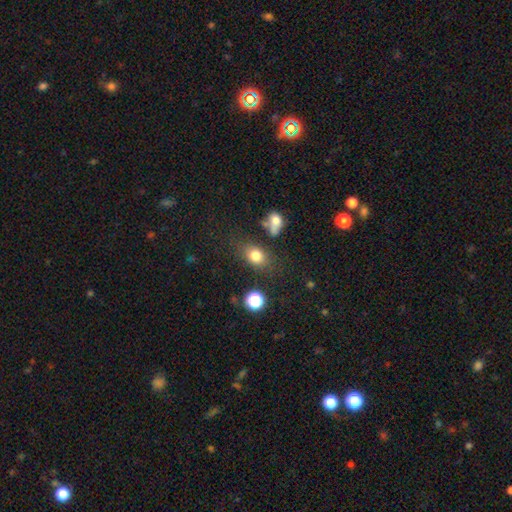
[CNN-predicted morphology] Overall: smooth (77%). How rounded: in between (66%; round 33%). Merging: none (70%).